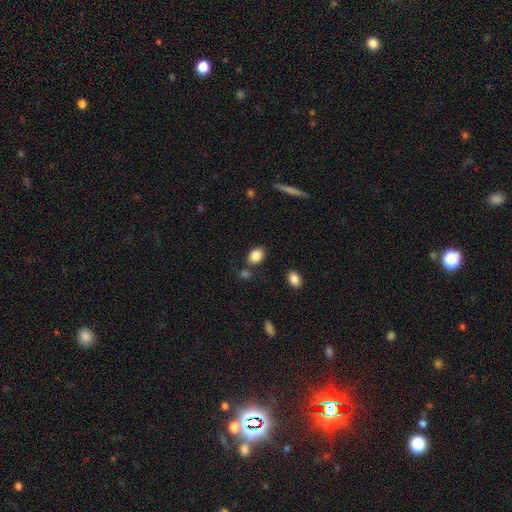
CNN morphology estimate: smooth-or-featured: smooth: 86% | star or artifact: 8% | featured or disk: 6%
  how-rounded: in between: 77% | round: 22% | cigar-shaped: 1%
  merging: none: 74% | minor disturbance: 14% | merger: 9% | major disturbance: 4%